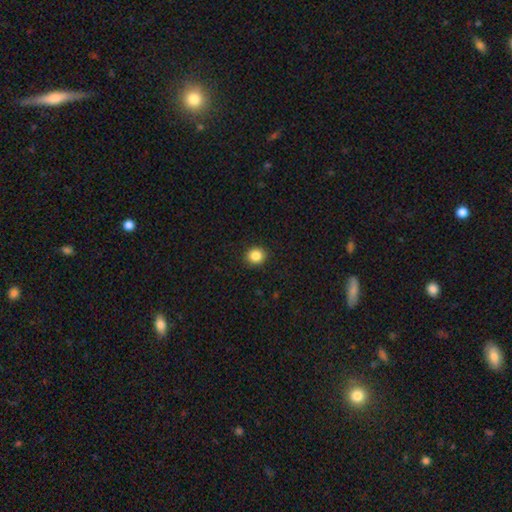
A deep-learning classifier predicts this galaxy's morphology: Smooth or featured?
  - smooth: 86% *
  - star or artifact: 10%
  - featured or disk: 4%
How rounded?
  - round: 87% *
  - in between: 12%
  - cigar-shaped: 1%
Merging?
  - none: 92% *
  - minor disturbance: 5%
  - major disturbance: 2%
  - merger: 1%